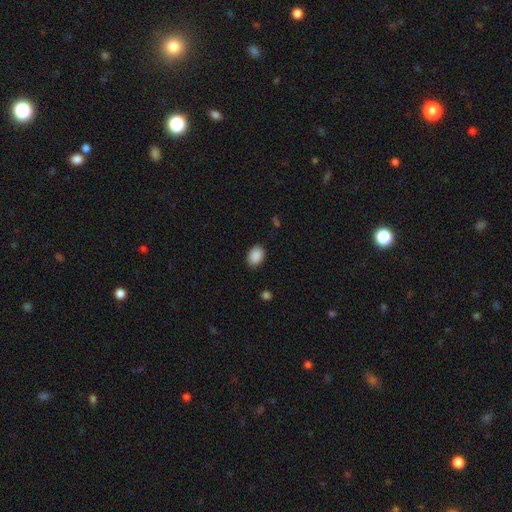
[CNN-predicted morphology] smooth 90%, star or artifact 8%, featured or disk 3%. Down the decision tree: how rounded — in between (71%); merging — none (87%).